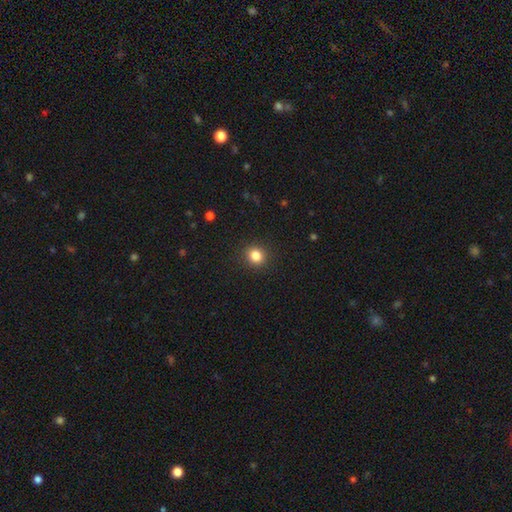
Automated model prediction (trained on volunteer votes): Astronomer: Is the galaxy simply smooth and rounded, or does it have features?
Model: smooth — 84%.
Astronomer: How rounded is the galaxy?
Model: round — 80%.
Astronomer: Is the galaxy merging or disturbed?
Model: none — 91%.